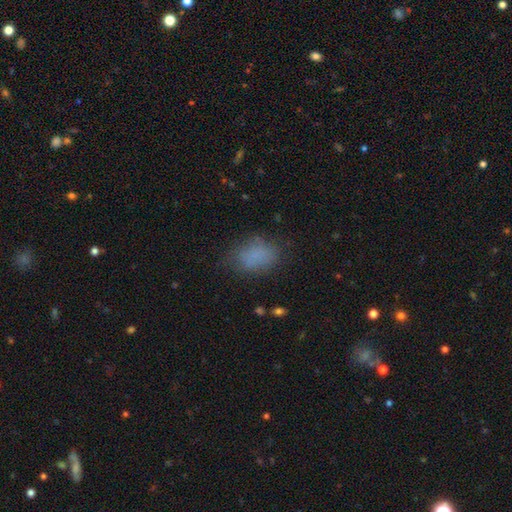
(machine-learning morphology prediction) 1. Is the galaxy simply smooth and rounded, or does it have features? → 79% smooth, 13% star or artifact, 9% featured or disk.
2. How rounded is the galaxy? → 81% in between, 18% round, 2% cigar-shaped.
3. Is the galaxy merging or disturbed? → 69% none, 20% minor disturbance, 9% major disturbance, 2% merger.